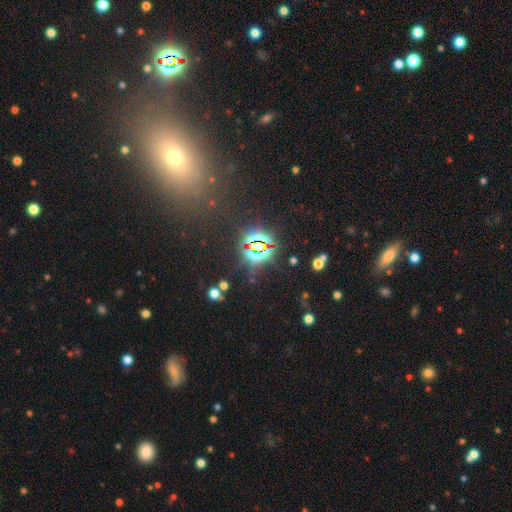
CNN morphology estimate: The model was most divided on "smooth or featured": star or artifact: 68%, smooth: 20%, featured or disk: 12%.